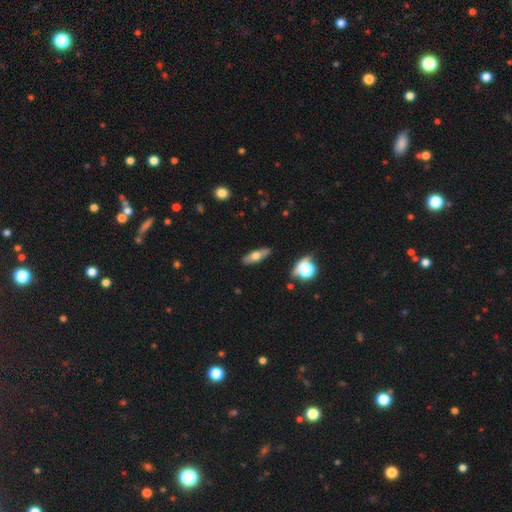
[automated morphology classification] smooth_or_featured: smooth (p=0.58) [alt: featured or disk p=0.33]
how_rounded: in between (p=0.56) [alt: cigar-shaped p=0.39]
merging: none (p=0.85) [alt: minor disturbance p=0.11]